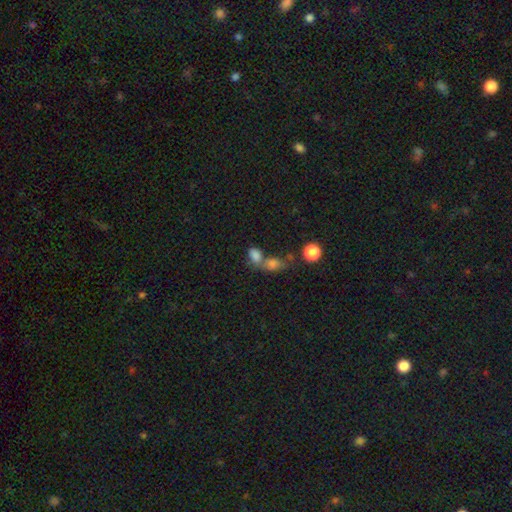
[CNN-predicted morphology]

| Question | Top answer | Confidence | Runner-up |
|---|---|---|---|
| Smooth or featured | smooth | 78% | star or artifact (13%) |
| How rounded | in between | 80% | round (18%) |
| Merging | merger | 54% | none (31%) |